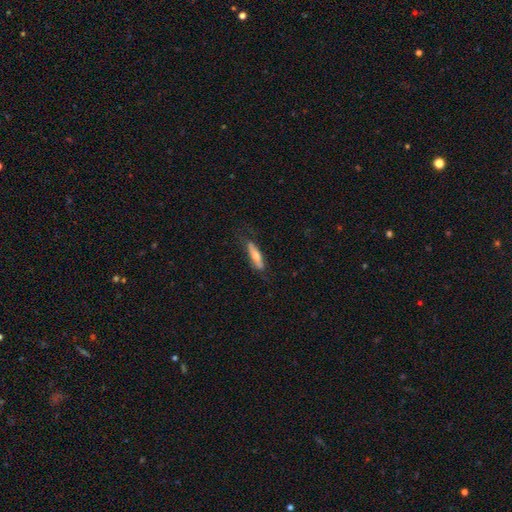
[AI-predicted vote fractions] Smooth or featured: smooth — 56% (featured or disk — 38%)
How rounded: cigar-shaped — 76% (in between — 22%)
Merging: none — 69% (minor disturbance — 22%)